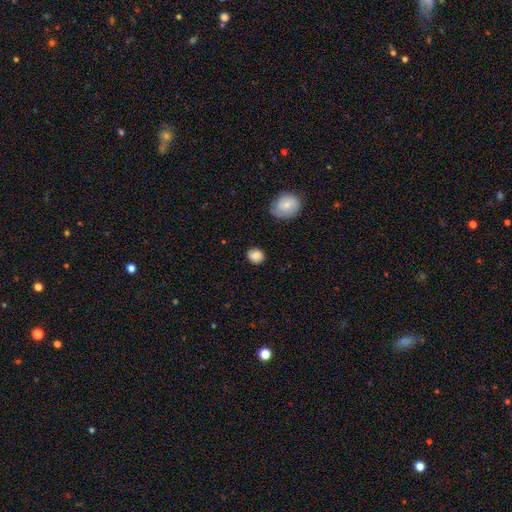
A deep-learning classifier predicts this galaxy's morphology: Smooth or featured?
  - smooth: 83% *
  - featured or disk: 8%
  - star or artifact: 8%
How rounded?
  - round: 67% *
  - in between: 32%
  - cigar-shaped: 1%
Merging?
  - none: 80% *
  - minor disturbance: 15%
  - major disturbance: 3%
  - merger: 2%